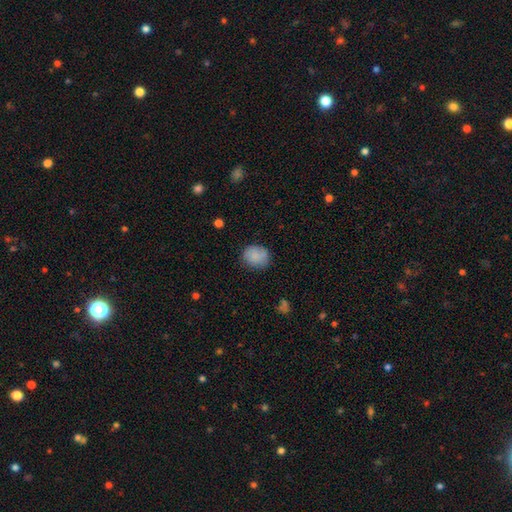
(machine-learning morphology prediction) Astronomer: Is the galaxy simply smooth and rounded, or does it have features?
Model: smooth — 84%.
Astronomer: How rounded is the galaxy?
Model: round — 67%.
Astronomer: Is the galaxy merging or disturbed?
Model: none — 77%.